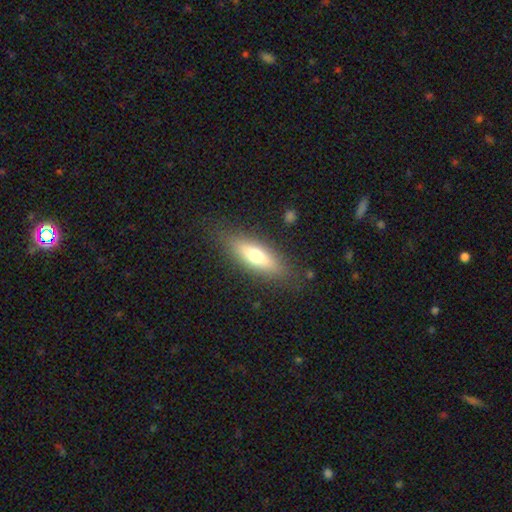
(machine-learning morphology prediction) This appears to be a smooth galaxy with no disk features (62%) that is in between round and cigar-shaped (53%). Merging: none (83%).